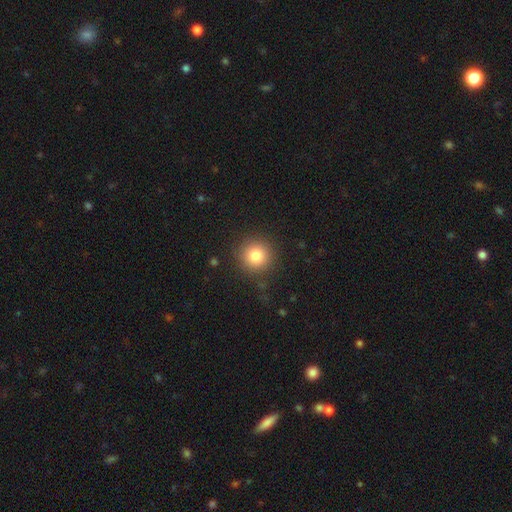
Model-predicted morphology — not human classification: A smooth galaxy with no disk features (82%) that is round (93%). Merging: none (88%).